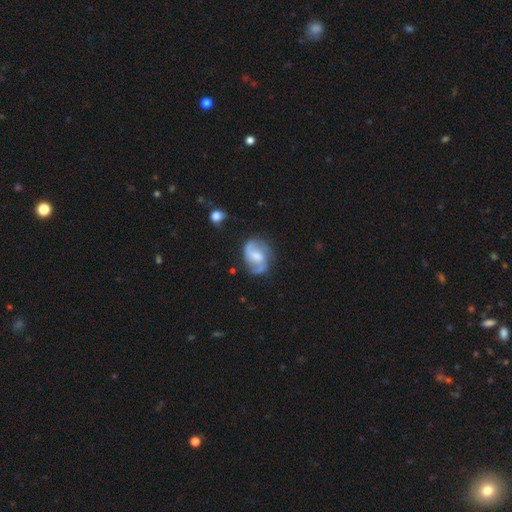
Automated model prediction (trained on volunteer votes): This is likely a featured or disk galaxy (73%). It is clearly not viewed edge-on (98%). Bar: possibly weak (51%). Spiral arm pattern: clearly yes (91%). Spiral arm count: clearly 2 (84%). Spiral winding: possibly medium (49%). Central bulge: marginally moderate (43%). Merging: likely none (65%).